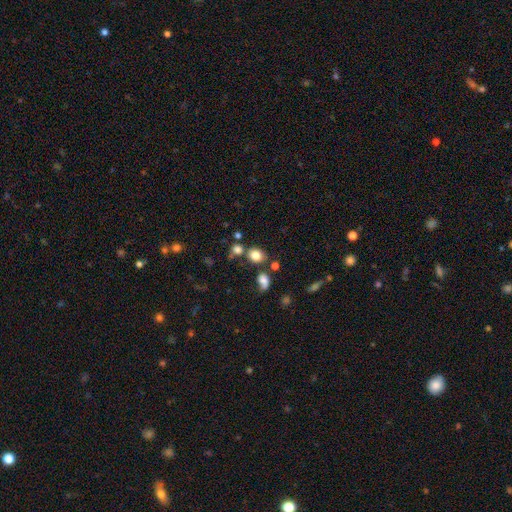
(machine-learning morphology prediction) The model was most divided on "how rounded": round: 64%, in between: 35%, cigar-shaped: 1%. More confident: smooth or featured — smooth (80%); merging — none (66%).